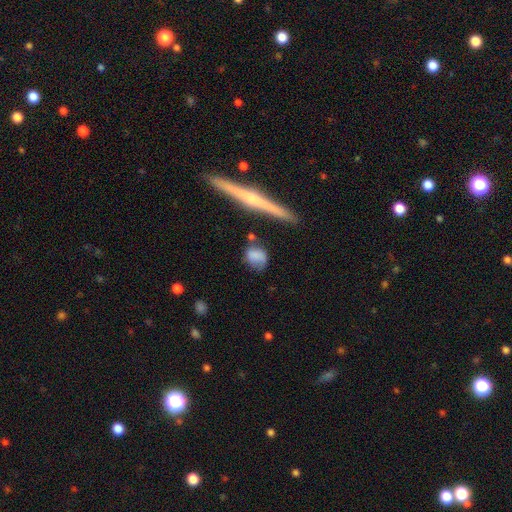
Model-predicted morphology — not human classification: This appears to be a smooth galaxy with no disk features (75%) that is round (59%). Merging: none (59%).